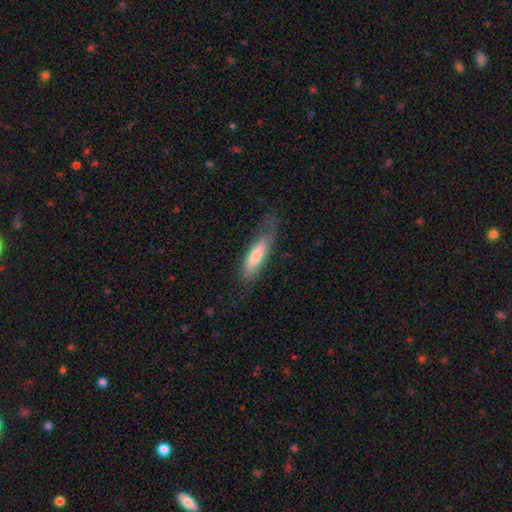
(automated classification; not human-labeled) Overall: smooth (68%). How rounded: cigar-shaped (64%; in between 34%). Merging: none (61%; minor disturbance 25%).